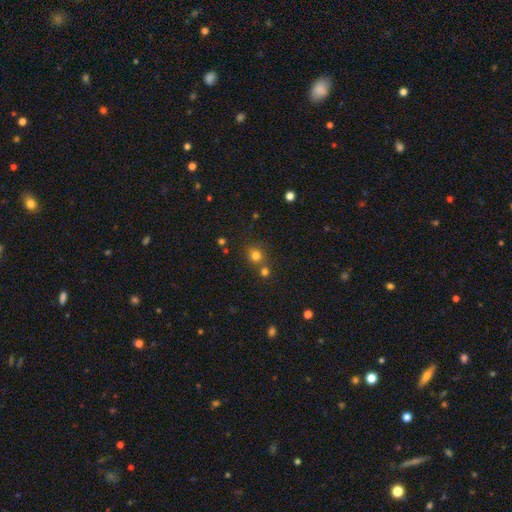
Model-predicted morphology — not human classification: smooth 76%, star or artifact 17%, featured or disk 7%. Down the decision tree: how rounded — round (82%); merging — none (64%).